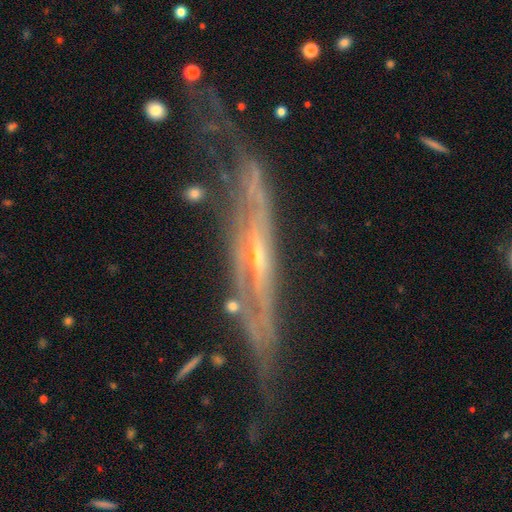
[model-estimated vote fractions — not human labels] A featured or disk galaxy (83%) viewed edge-on (67%) with a rounded central bulge (63%). Merging: none (58%).